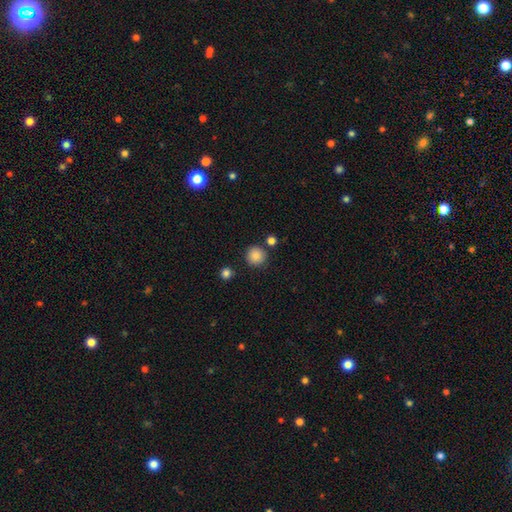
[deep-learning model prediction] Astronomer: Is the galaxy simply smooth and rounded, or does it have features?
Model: smooth — 86%.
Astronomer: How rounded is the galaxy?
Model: round — 94%.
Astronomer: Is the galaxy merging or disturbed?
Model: none — 85%.